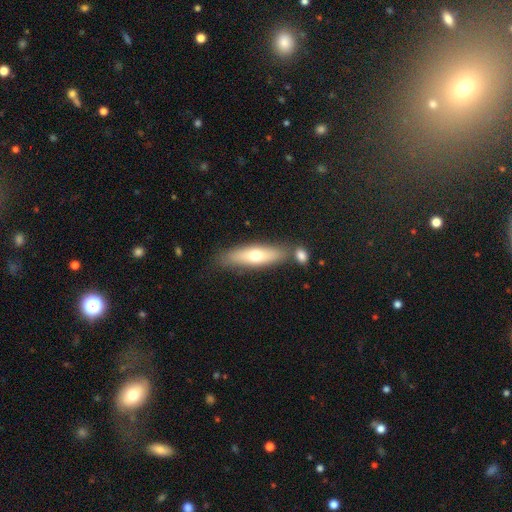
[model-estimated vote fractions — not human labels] Smooth or featured? Predicted: smooth (p=0.61). How rounded? Predicted: cigar-shaped (p=0.58). Merging? Predicted: none (p=0.69).